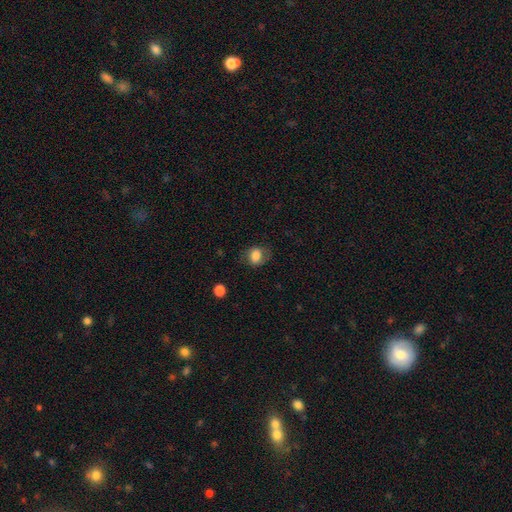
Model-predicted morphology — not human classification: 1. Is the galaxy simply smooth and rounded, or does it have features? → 76% smooth, 15% featured or disk, 9% star or artifact.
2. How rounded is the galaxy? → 50% round, 49% in between, 1% cigar-shaped.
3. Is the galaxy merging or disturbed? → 68% none, 20% minor disturbance, 10% major disturbance, 1% merger.